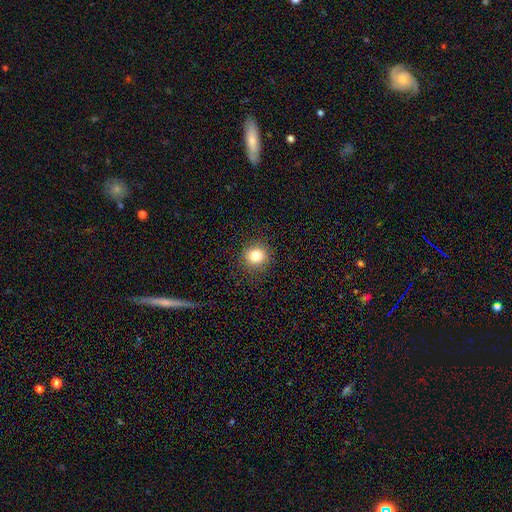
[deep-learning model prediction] smooth-or-featured: smooth: 80% | star or artifact: 12% | featured or disk: 7%
  how-rounded: round: 90% | in between: 9% | cigar-shaped: 1%
  merging: none: 91% | minor disturbance: 6% | major disturbance: 2% | merger: 1%